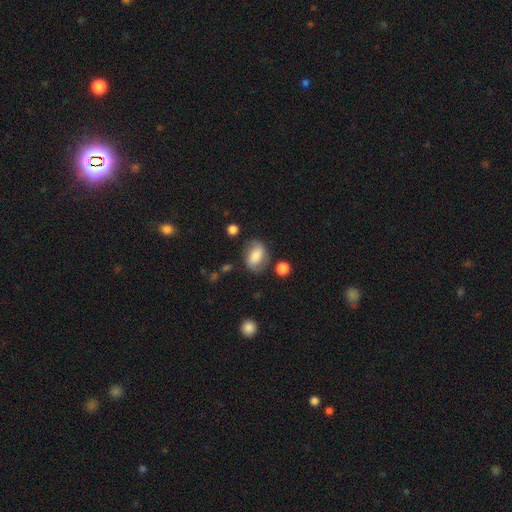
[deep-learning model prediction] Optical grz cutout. It shows a smooth galaxy with no disk features (64%) that is in between round and cigar-shaped (75%). Merging: none (68%).